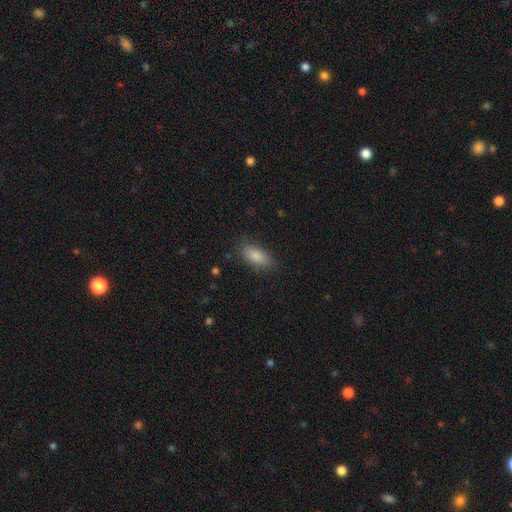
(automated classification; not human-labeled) Smooth or featured? Predicted: smooth (p=0.84). How rounded? Predicted: in between (p=0.87). Merging? Predicted: none (p=0.83).